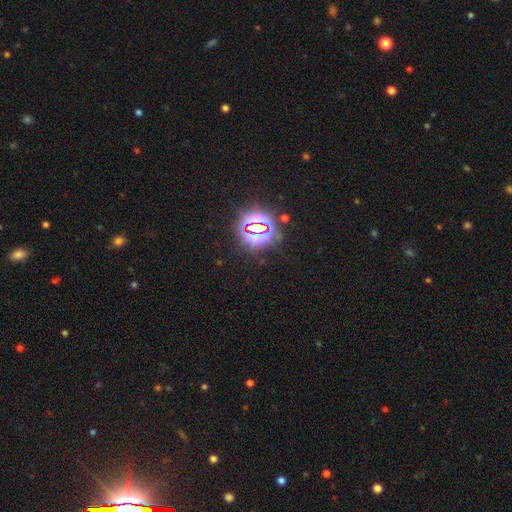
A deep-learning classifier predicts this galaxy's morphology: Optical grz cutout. It shows a star or artifact, not a galaxy (81%).